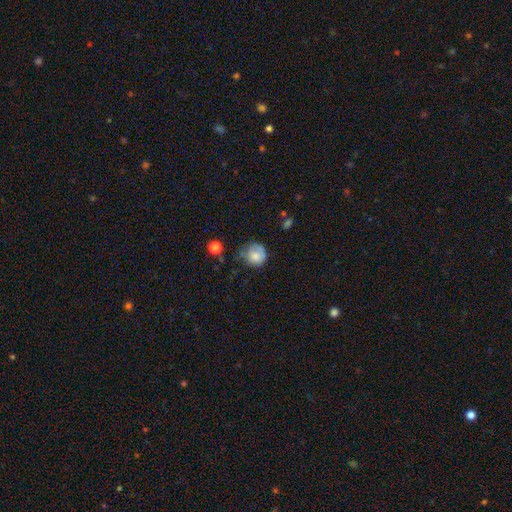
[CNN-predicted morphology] A smooth galaxy with no disk features (77%) that is round (87%). Merging: none (56%).